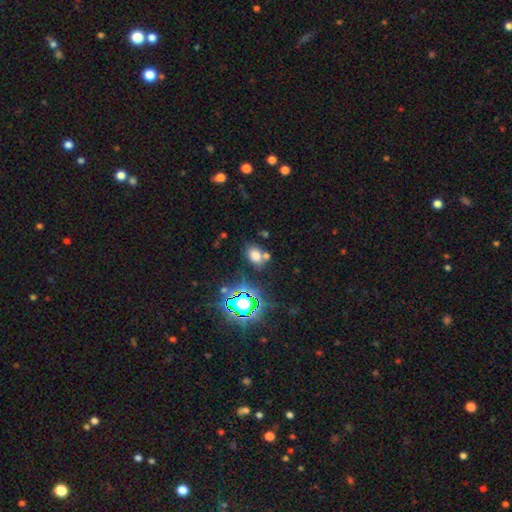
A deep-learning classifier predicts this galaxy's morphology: smooth-or-featured: smooth: 68% | star or artifact: 24% | featured or disk: 9%
  how-rounded: in between: 70% | round: 28% | cigar-shaped: 1%
  merging: none: 66% | merger: 16% | minor disturbance: 13% | major disturbance: 5%